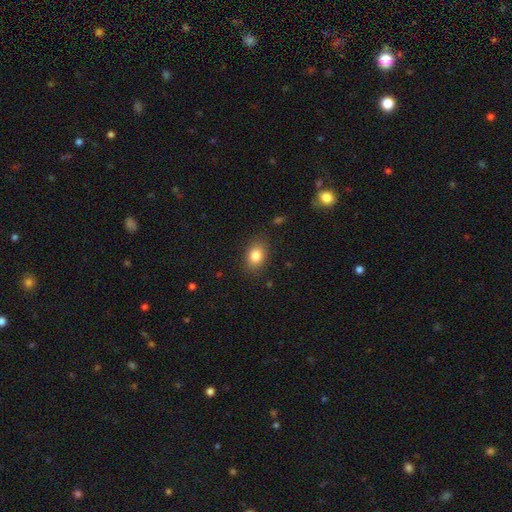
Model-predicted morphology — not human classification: Q: Smooth or featured?
A: smooth (83%); runner-up: star or artifact (9%)
Q: How rounded?
A: in between (74%); runner-up: round (25%)
Q: Merging?
A: none (84%); runner-up: minor disturbance (12%)